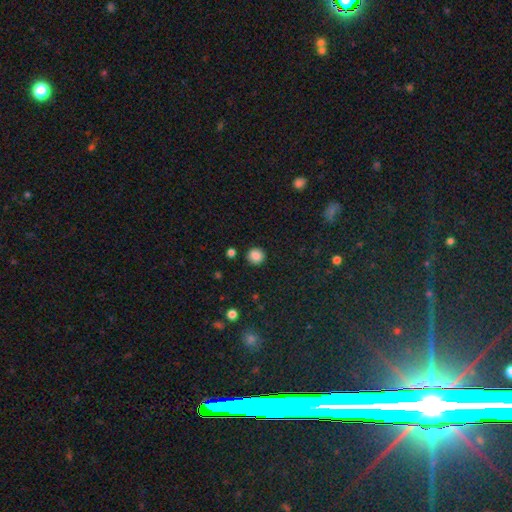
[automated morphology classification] The model was most divided on "smooth or featured": smooth: 86%, star or artifact: 11%, featured or disk: 3%. More confident: how rounded — round (91%); merging — none (88%).